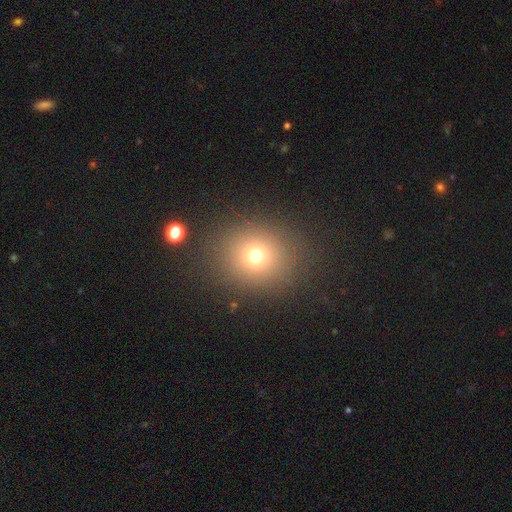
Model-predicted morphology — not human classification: Smooth or featured? Predicted: smooth (p=0.71). How rounded? Predicted: round (p=0.77). Merging? Predicted: none (p=0.85).